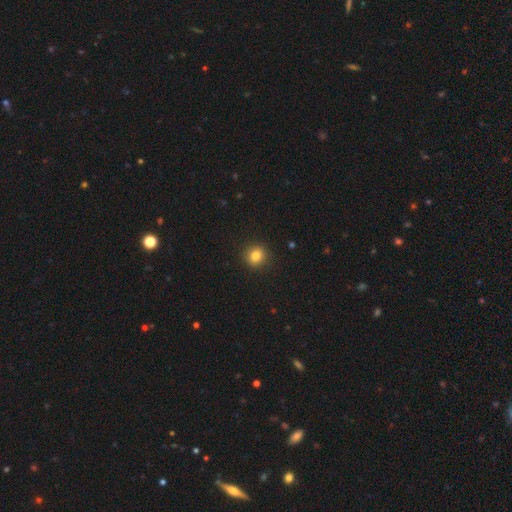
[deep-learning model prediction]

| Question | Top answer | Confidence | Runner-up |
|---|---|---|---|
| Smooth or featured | smooth | 83% | star or artifact (11%) |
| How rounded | round | 78% | in between (21%) |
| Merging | none | 91% | minor disturbance (6%) |